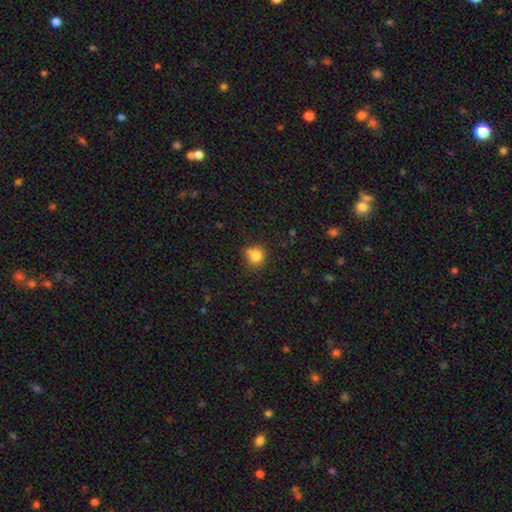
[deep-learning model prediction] smooth 80%, star or artifact 12%, featured or disk 7%. Down the decision tree: how rounded — round (79%); merging — none (58%).